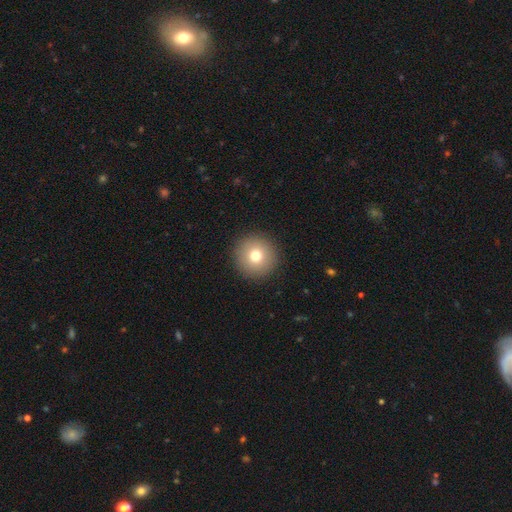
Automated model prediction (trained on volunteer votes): A smooth galaxy with no disk features (75%) that is round (96%). Merging: none (93%).